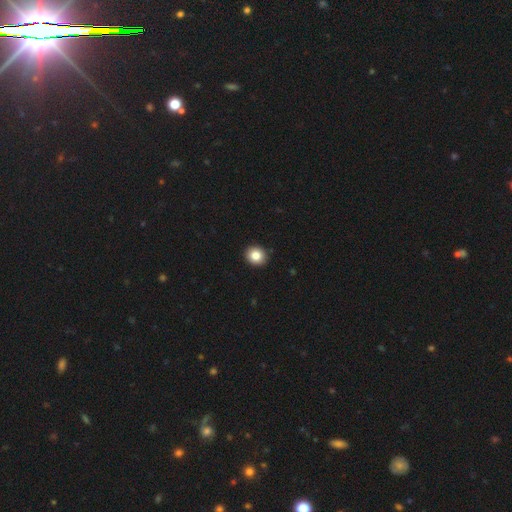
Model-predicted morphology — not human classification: Smooth or featured: smooth — 84% (star or artifact — 9%)
How rounded: round — 79% (in between — 20%)
Merging: none — 92% (minor disturbance — 5%)